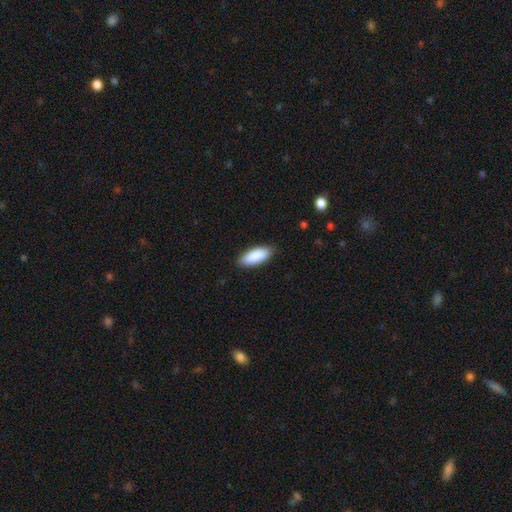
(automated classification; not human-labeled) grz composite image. It shows a smooth galaxy with no disk features (90%) that is in between round and cigar-shaped (81%). Merging: none (86%).